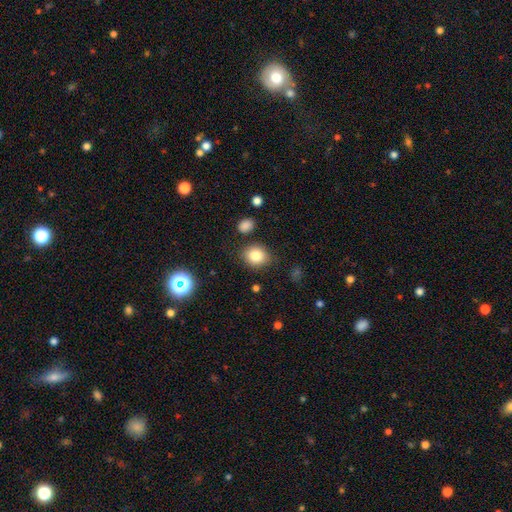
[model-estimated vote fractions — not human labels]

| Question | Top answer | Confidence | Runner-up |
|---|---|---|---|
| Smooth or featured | smooth | 82% | star or artifact (10%) |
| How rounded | round | 70% | in between (29%) |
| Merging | none | 83% | minor disturbance (11%) |